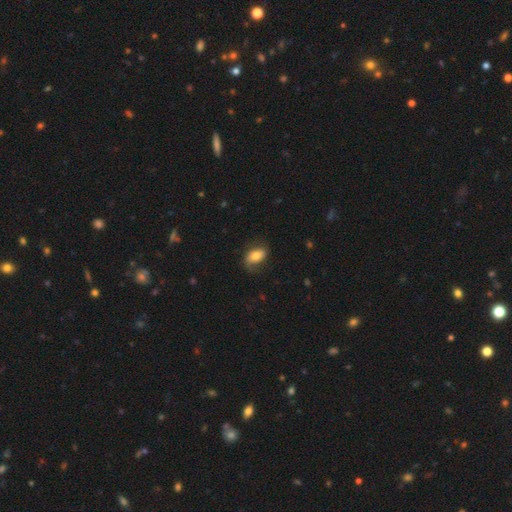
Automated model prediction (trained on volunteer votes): A smooth galaxy with no disk features (63%) that is in between round and cigar-shaped (89%).

Vote fractions:
- Smooth or featured? smooth: 63% / featured or disk: 29% / star or artifact: 7%
- How rounded? in between: 89% / round: 9% / cigar-shaped: 3%
- Merging? none: 67% / minor disturbance: 23% / major disturbance: 9% / merger: 1%